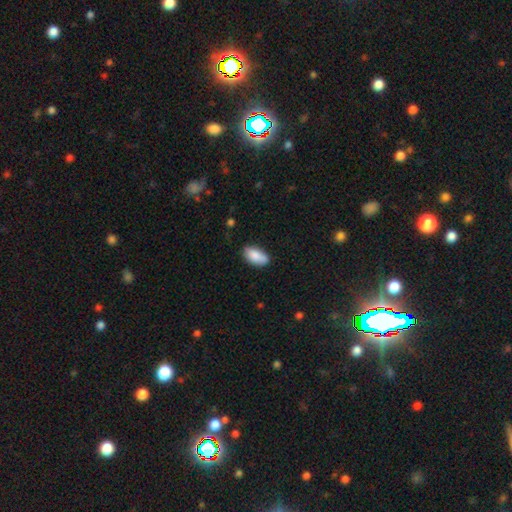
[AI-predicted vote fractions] This appears to be a smooth galaxy with no disk features (86%) that is in between round and cigar-shaped (93%). Merging: none (75%).